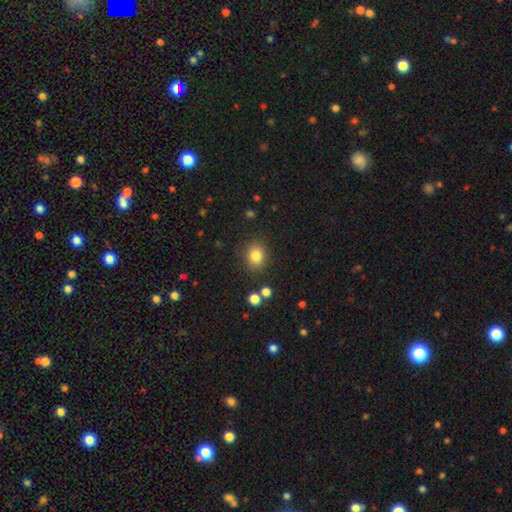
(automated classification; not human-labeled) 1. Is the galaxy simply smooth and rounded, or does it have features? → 82% smooth, 12% star or artifact, 6% featured or disk.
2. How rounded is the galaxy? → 73% round, 26% in between, 1% cigar-shaped.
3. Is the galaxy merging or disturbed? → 84% none, 9% minor disturbance, 3% major disturbance, 3% merger.